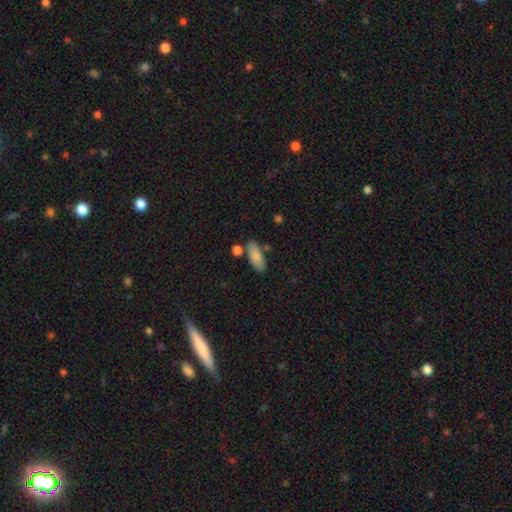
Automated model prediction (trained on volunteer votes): Smooth or featured? Predicted: smooth (p=0.84). How rounded? Predicted: in between (p=0.81). Merging? Predicted: none (p=0.71).